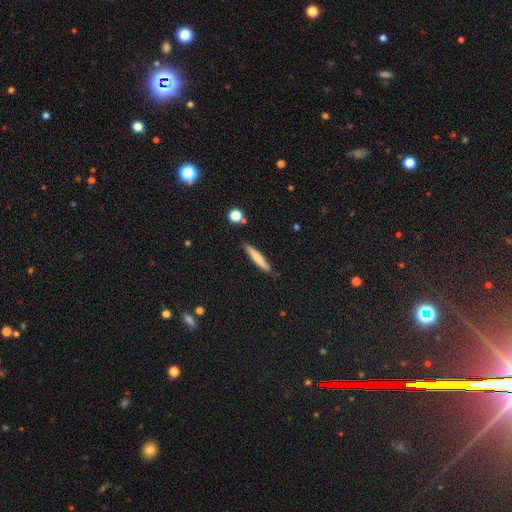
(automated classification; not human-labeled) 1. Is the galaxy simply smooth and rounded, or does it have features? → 67% smooth, 26% featured or disk, 7% star or artifact.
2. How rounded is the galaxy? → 92% cigar-shaped, 6% in between, 2% round.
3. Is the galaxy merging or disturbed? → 87% none, 10% minor disturbance, 2% merger, 2% major disturbance.